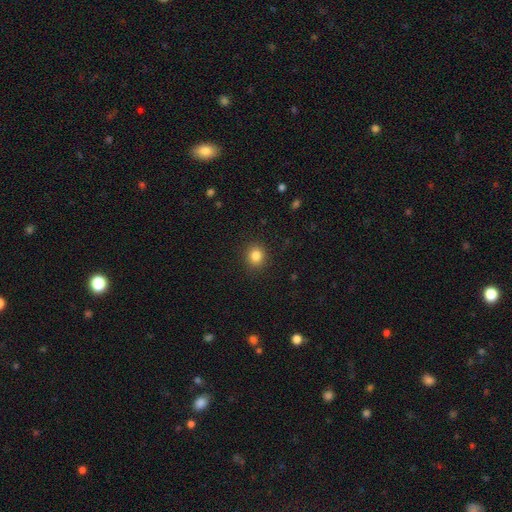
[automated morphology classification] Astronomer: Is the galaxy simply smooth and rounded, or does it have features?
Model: smooth — 84%.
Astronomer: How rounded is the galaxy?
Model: round — 81%.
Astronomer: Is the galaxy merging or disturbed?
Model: none — 90%.